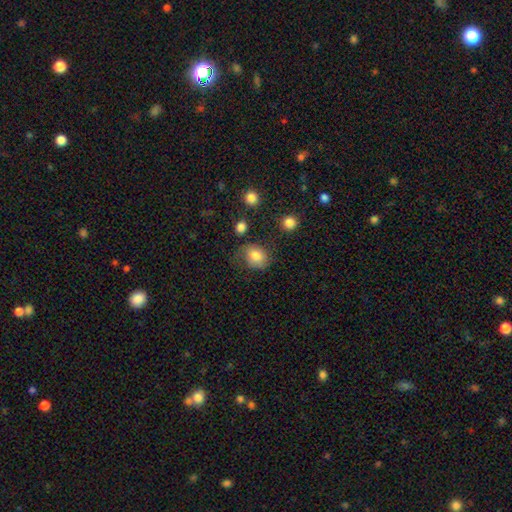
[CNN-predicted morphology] Smooth or featured: smooth — 77% (featured or disk — 14%)
How rounded: round — 53% (in between — 46%)
Merging: none — 63% (minor disturbance — 24%)